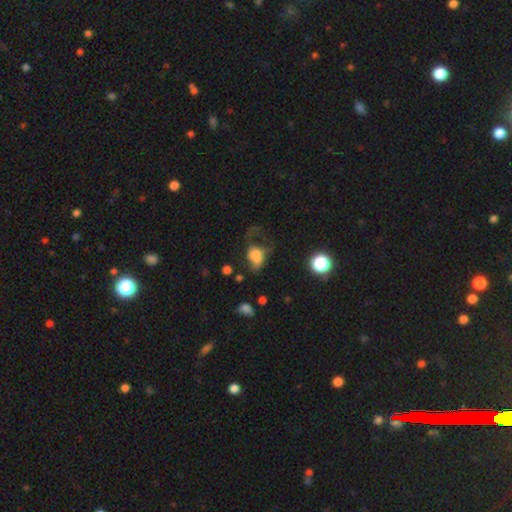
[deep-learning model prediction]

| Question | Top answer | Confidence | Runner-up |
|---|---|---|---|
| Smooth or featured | smooth | 63% | featured or disk (25%) |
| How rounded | in between | 65% | round (34%) |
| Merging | major disturbance | 55% | none (20%) |